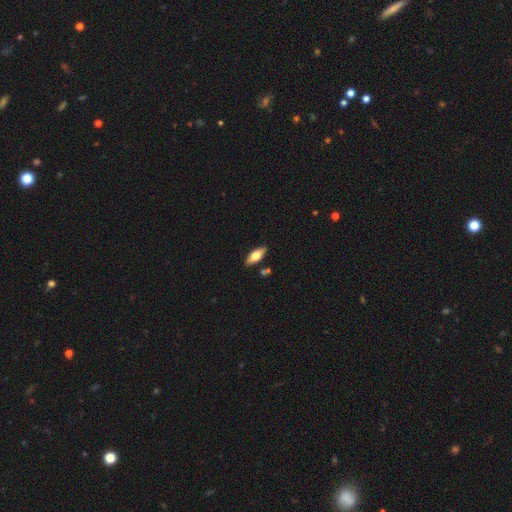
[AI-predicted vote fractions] A smooth galaxy with no disk features (55%) that is in between round and cigar-shaped (70%).

Vote fractions:
- Smooth or featured? smooth: 55% / featured or disk: 39% / star or artifact: 6%
- How rounded? in between: 70% / cigar-shaped: 27% / round: 3%
- Merging? none: 84% / minor disturbance: 10% / merger: 4% / major disturbance: 2%